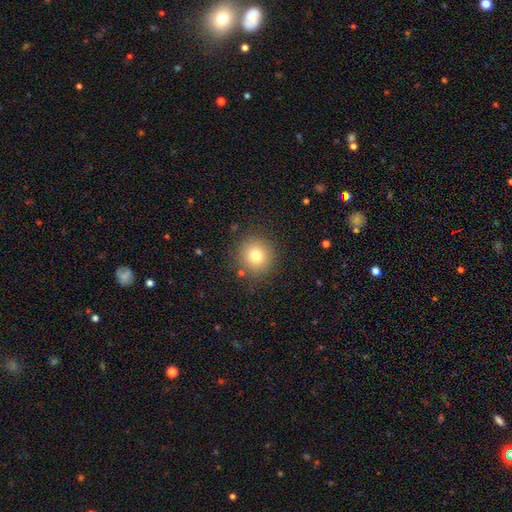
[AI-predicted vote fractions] Morphology: type=smooth (78%); roundness=round (91%); merging=none (86%).